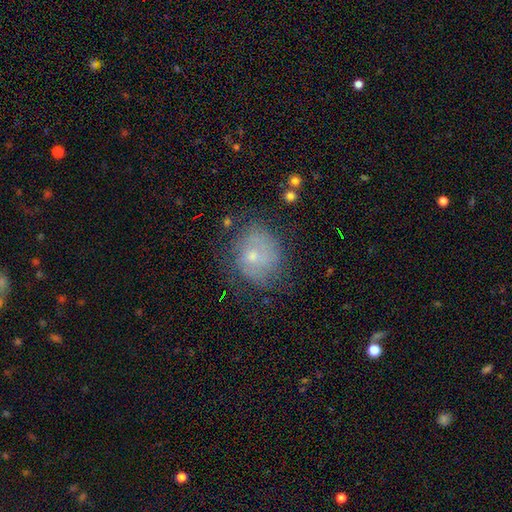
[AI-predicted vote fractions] Smooth or featured?
  - smooth: 49% *
  - featured or disk: 39%
  - star or artifact: 11%
Merging?
  - none: 60% *
  - minor disturbance: 25%
  - major disturbance: 13%
  - merger: 3%